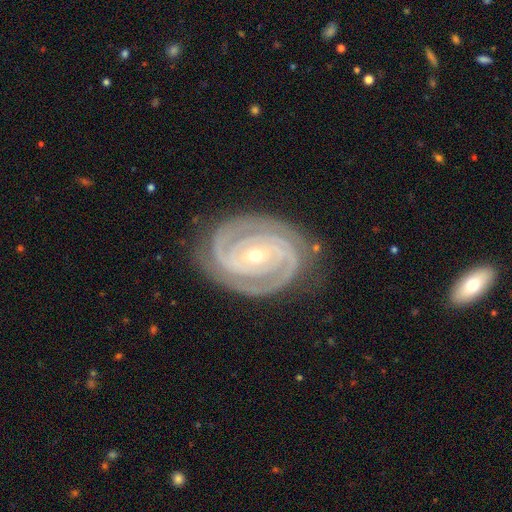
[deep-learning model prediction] This appears to be a featured or disk galaxy (93%) with no bar (58%), 2 (65%) tight (84%) spiral arms (99%) and a small central bulge (54%). Merging: none (82%).